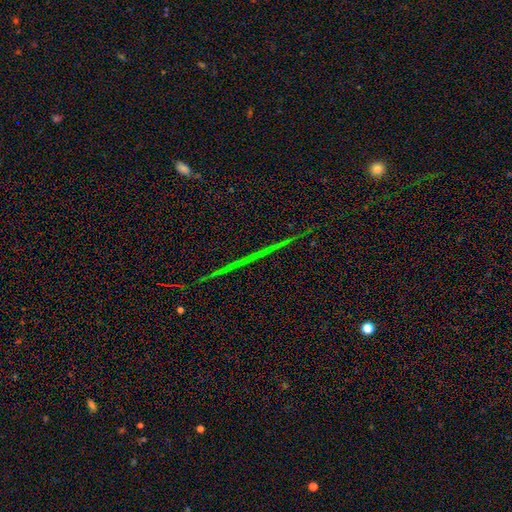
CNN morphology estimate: Q: Smooth or featured?
A: star or artifact (74%); runner-up: featured or disk (17%)